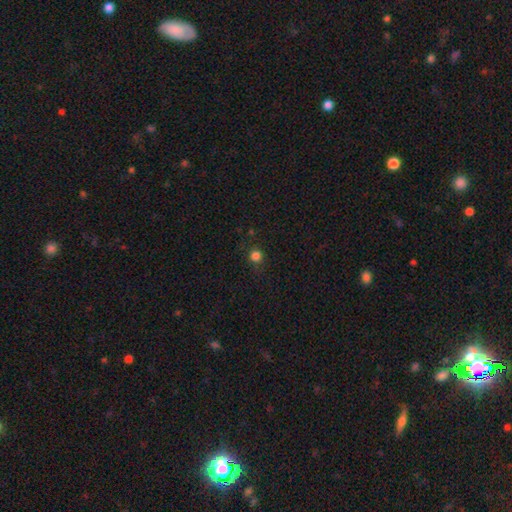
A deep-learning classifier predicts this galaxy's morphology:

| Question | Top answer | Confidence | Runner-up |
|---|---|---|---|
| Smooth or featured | smooth | 80% | star or artifact (17%) |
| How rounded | round | 92% | in between (7%) |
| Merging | none | 85% | minor disturbance (10%) |